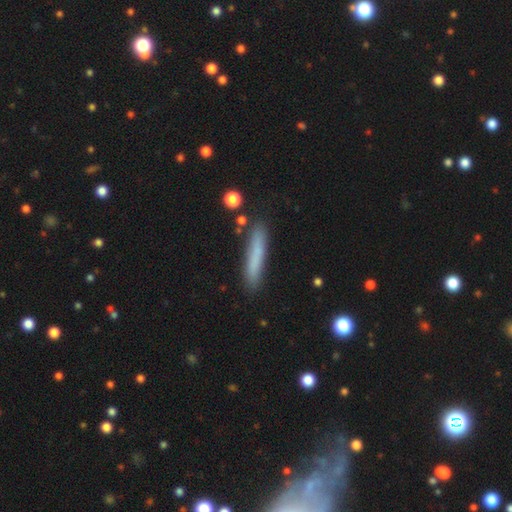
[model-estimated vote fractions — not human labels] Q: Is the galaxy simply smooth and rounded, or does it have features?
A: smooth — 73%.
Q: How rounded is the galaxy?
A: cigar-shaped — 92%.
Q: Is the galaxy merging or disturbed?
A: none — 84%.